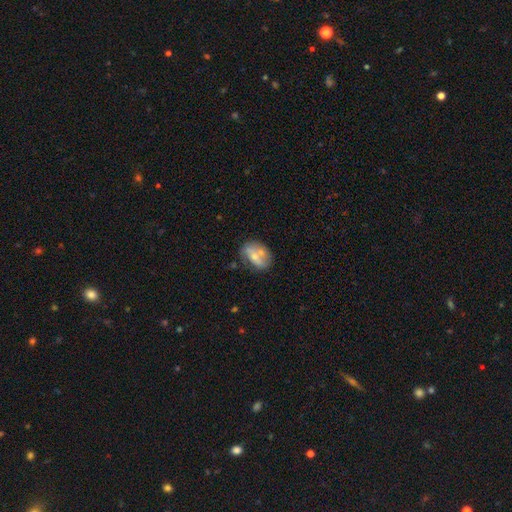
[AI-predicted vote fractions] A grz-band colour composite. It shows a featured or disk galaxy (49%). Merging: none (51%).